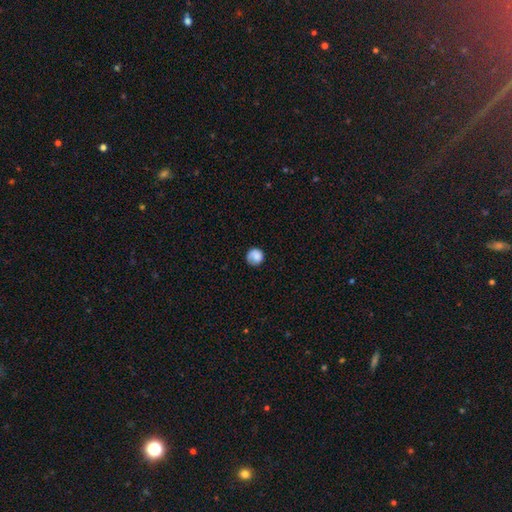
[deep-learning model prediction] smooth-or-featured: smooth: 82% | featured or disk: 10% | star or artifact: 8%
  how-rounded: round: 90% | in between: 9% | cigar-shaped: 1%
  merging: none: 74% | minor disturbance: 18% | major disturbance: 6% | merger: 1%